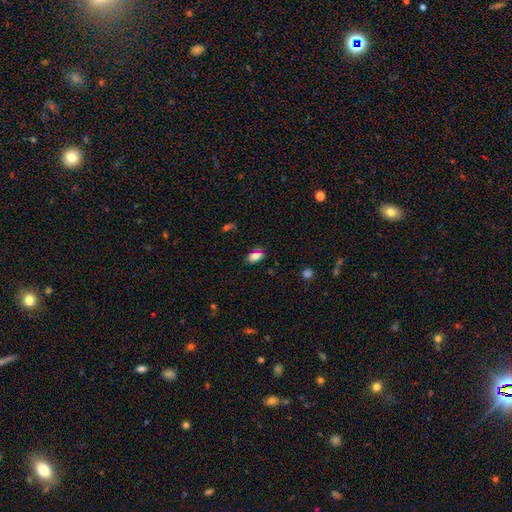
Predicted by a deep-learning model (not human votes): smooth_or_featured: smooth (p=0.76) [alt: star or artifact p=0.17]
how_rounded: in between (p=0.87) [alt: round p=0.09]
merging: none (p=0.81) [alt: minor disturbance p=0.13]